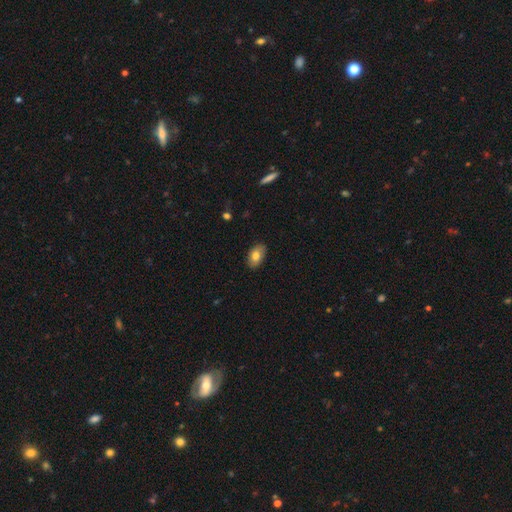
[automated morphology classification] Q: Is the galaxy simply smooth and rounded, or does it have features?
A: smooth — 77%.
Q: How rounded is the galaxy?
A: in between — 92%.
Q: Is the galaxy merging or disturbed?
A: none — 86%.